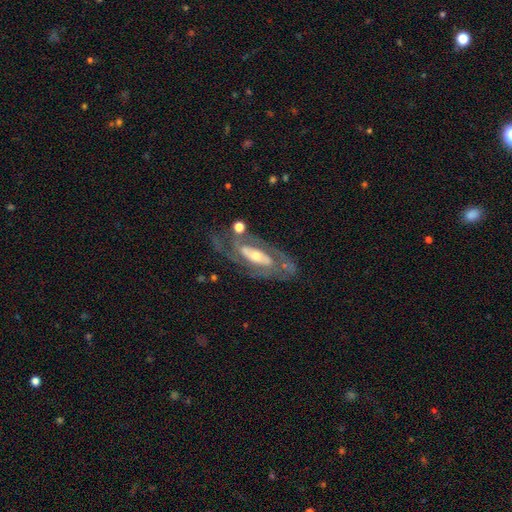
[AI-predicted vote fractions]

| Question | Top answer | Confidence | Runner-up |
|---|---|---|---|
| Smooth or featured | featured or disk | 85% | smooth (8%) |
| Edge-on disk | no | 88% | yes (12%) |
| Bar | weak | 39% | no (33%) |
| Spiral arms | yes | 89% | no (11%) |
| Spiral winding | tight | 46% | medium (42%) |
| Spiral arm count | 2 | 64% | can't tell (20%) |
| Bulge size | moderate | 53% | small (38%) |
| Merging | none | 70% | minor disturbance (17%) |